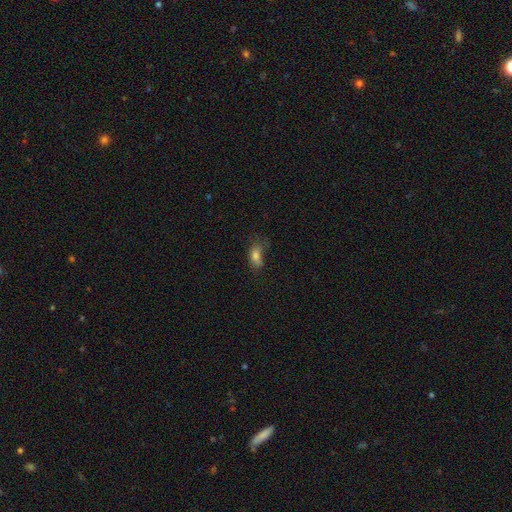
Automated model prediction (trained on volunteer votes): smooth-or-featured: smooth: 78% | featured or disk: 11% | star or artifact: 11%
  how-rounded: in between: 85% | cigar-shaped: 8% | round: 7%
  merging: none: 42% | minor disturbance: 31% | major disturbance: 23% | merger: 4%